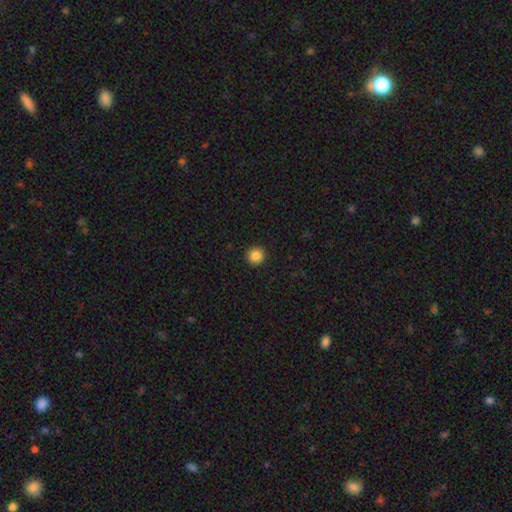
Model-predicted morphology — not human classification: The model was most divided on "smooth or featured": smooth: 86%, star or artifact: 10%, featured or disk: 4%. More confident: how rounded — round (95%); merging — none (93%).